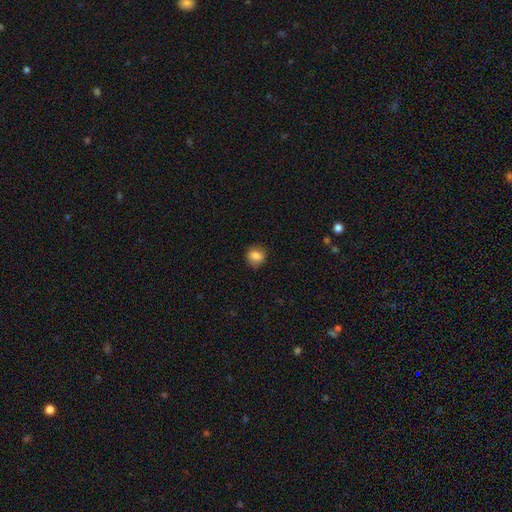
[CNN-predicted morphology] smooth-or-featured: smooth: 82% | star or artifact: 9% | featured or disk: 9%
  how-rounded: round: 74% | in between: 25% | cigar-shaped: 1%
  merging: none: 80% | minor disturbance: 15% | major disturbance: 3% | merger: 1%